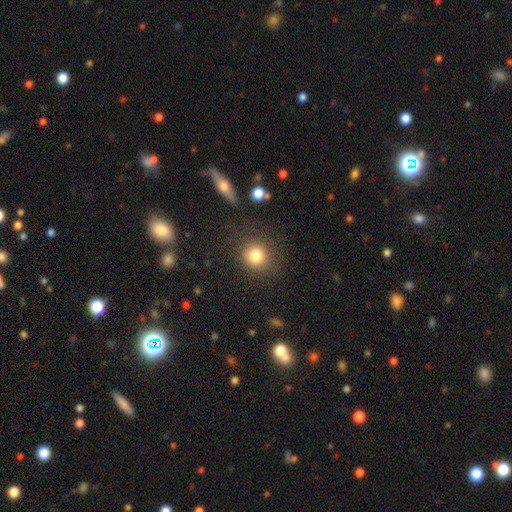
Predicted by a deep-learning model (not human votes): Morphology: type=smooth (82%); roundness=round (88%); merging=none (83%).